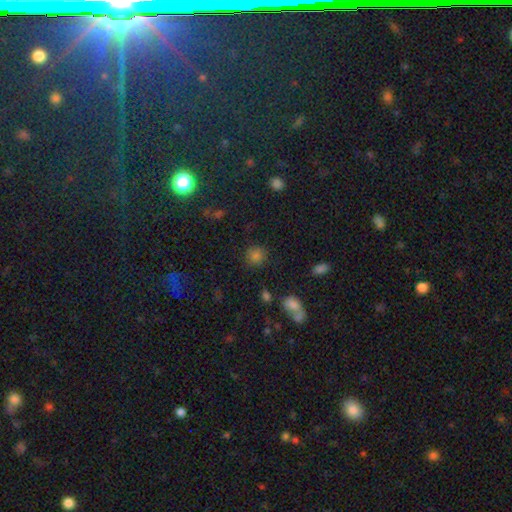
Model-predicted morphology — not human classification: Smooth or featured: smooth — 80% (star or artifact — 15%)
How rounded: round — 88% (in between — 11%)
Merging: none — 84% (minor disturbance — 10%)